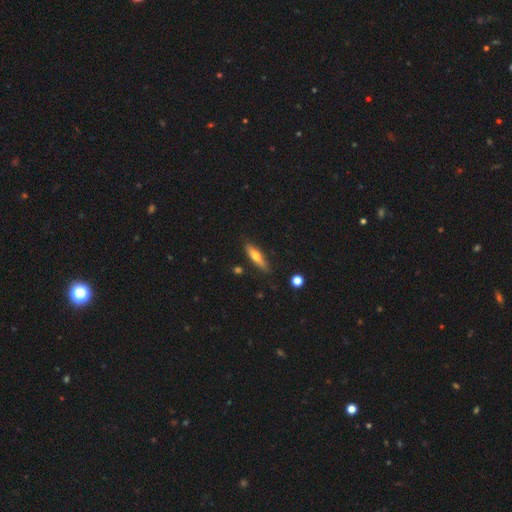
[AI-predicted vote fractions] smooth_or_featured: smooth (p=0.54) [alt: featured or disk p=0.40]
how_rounded: cigar-shaped (p=0.73) [alt: in between p=0.25]
merging: none (p=0.82) [alt: minor disturbance p=0.13]